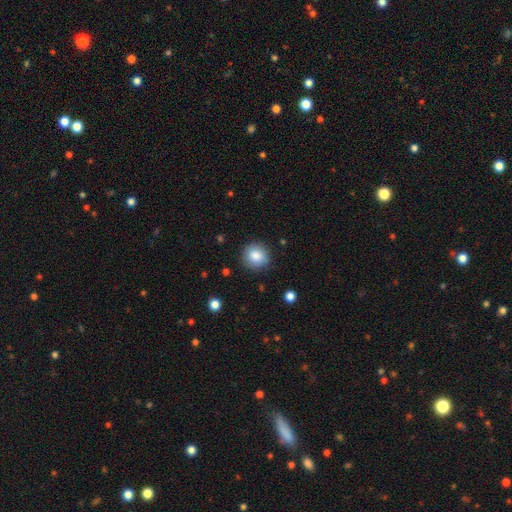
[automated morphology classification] A smooth galaxy with no disk features (85%) that is round (89%).

Vote fractions:
- Smooth or featured? smooth: 85% / star or artifact: 9% / featured or disk: 6%
- How rounded? round: 89% / in between: 10% / cigar-shaped: 1%
- Merging? none: 88% / minor disturbance: 9% / major disturbance: 2% / merger: 1%